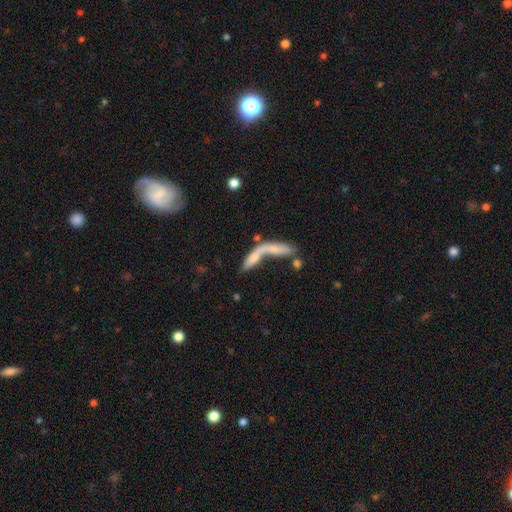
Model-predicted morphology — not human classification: Smooth or featured? Predicted: smooth (p=0.59). How rounded? Predicted: cigar-shaped (p=0.67). Merging? Predicted: merger (p=0.61).